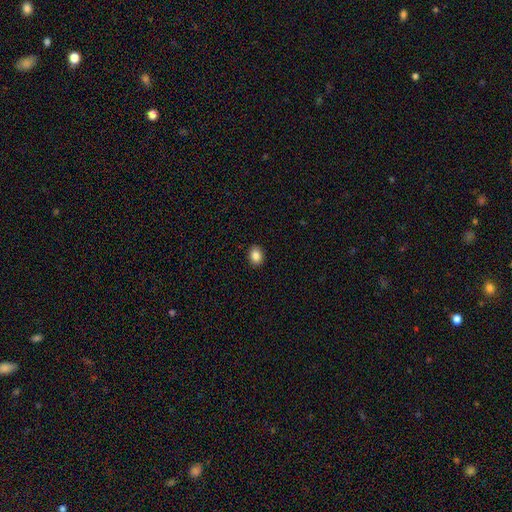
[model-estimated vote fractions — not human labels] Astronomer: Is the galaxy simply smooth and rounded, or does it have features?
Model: smooth — 86%.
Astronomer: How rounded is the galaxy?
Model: in between — 59% (runner-up: round, 40%).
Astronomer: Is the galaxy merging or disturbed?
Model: none — 91%.